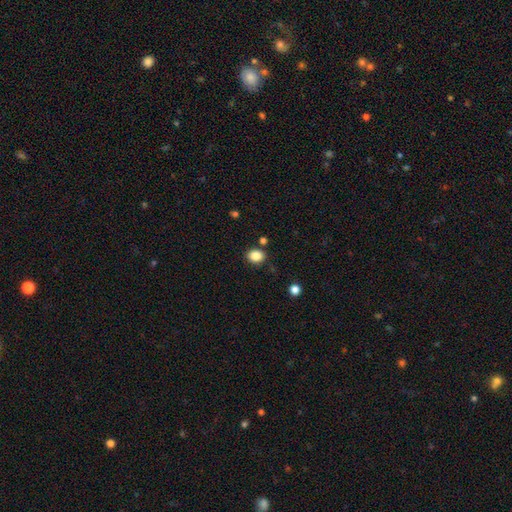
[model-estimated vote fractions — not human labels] This is clearly a smooth galaxy (86%). How rounded: possibly round (54%). Merging: clearly none (83%).